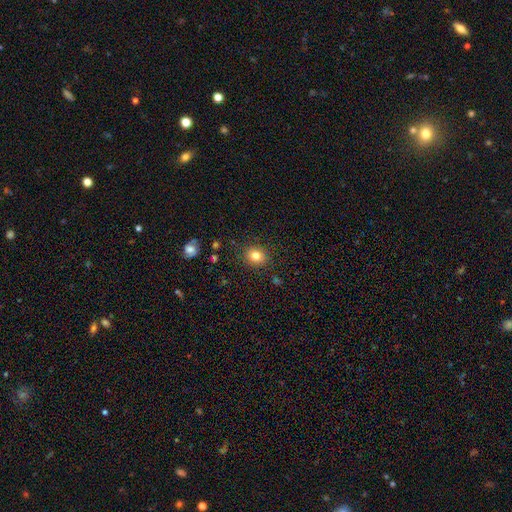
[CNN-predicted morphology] smooth-or-featured: smooth: 83% | star or artifact: 11% | featured or disk: 6%
  how-rounded: round: 67% | in between: 32% | cigar-shaped: 1%
  merging: none: 88% | minor disturbance: 8% | major disturbance: 2% | merger: 1%